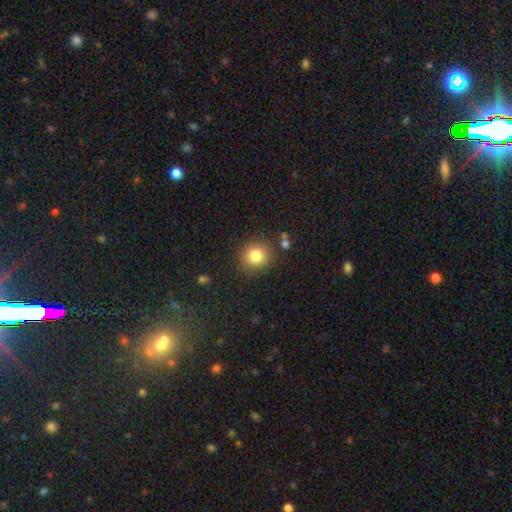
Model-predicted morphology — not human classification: smooth 82%, star or artifact 11%, featured or disk 7%. Down the decision tree: how rounded — round (88%); merging — none (85%).